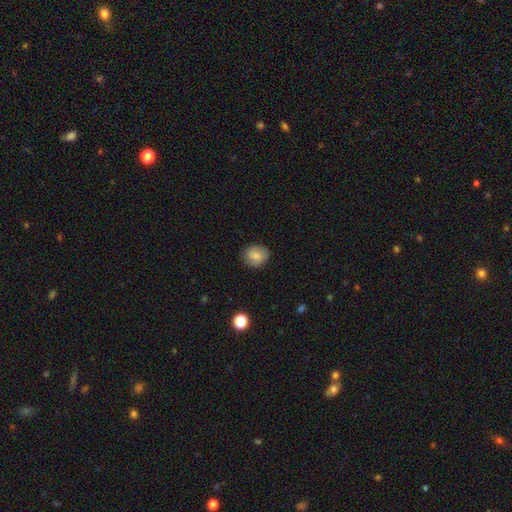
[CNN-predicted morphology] A smooth galaxy with no disk features (77%) that is round (68%). Merging: none (80%).